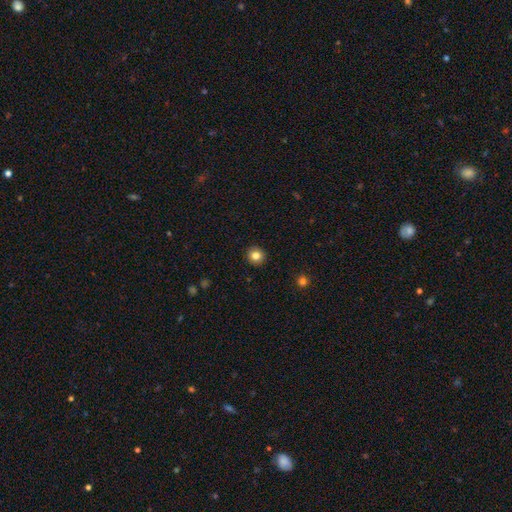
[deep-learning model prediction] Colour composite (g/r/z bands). It shows a smooth galaxy with no disk features (82%) that is round (92%). Merging: none (92%).